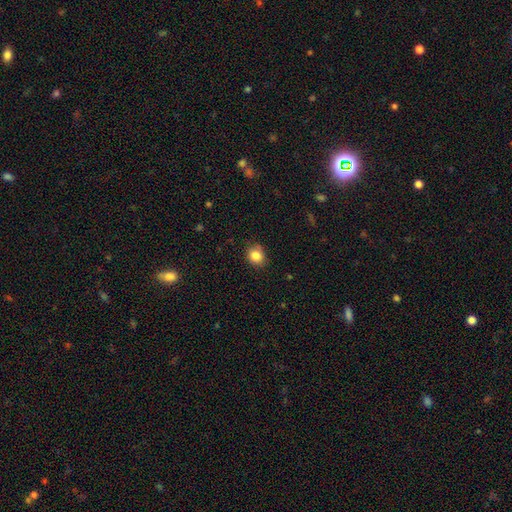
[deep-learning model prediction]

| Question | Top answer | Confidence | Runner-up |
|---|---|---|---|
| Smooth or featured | smooth | 84% | star or artifact (10%) |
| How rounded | round | 71% | in between (28%) |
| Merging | none | 82% | minor disturbance (14%) |